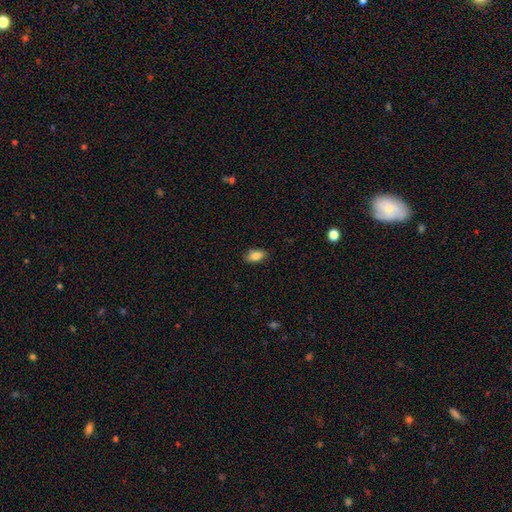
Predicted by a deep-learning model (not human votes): Morphology: type=smooth (84%); roundness=in between (89%); merging=none (82%).